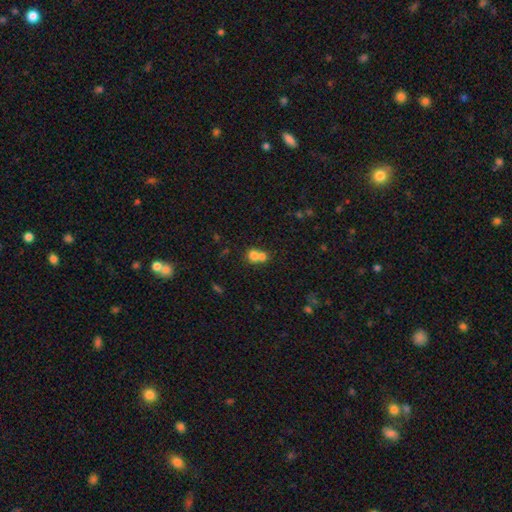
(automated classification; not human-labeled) Smooth or featured? smooth (72%)
How rounded? round (74%)
Merging? merger (65%)